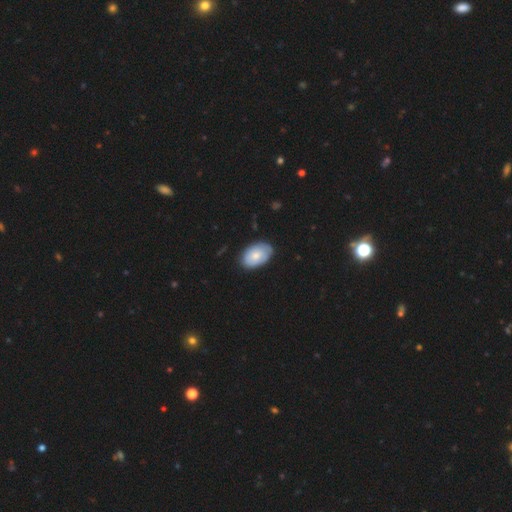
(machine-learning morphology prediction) The model was most divided on "smooth or featured": smooth: 69%, featured or disk: 25%, star or artifact: 6%. More confident: how rounded — in between (91%); merging — none (80%).